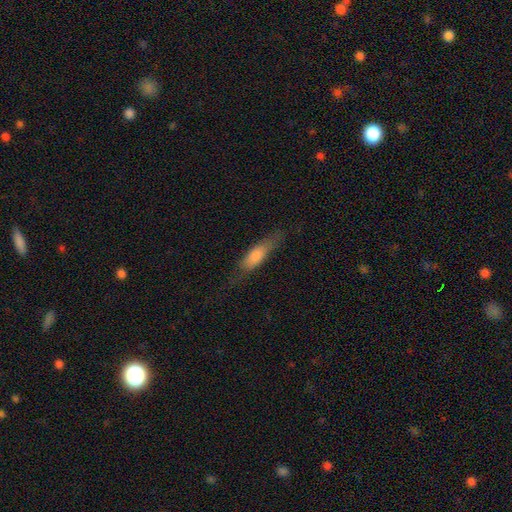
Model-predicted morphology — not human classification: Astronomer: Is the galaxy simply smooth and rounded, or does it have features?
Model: smooth — 68%.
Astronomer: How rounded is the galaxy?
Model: cigar-shaped — 59% (runner-up: in between, 39%).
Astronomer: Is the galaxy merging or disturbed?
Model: none — 64%.